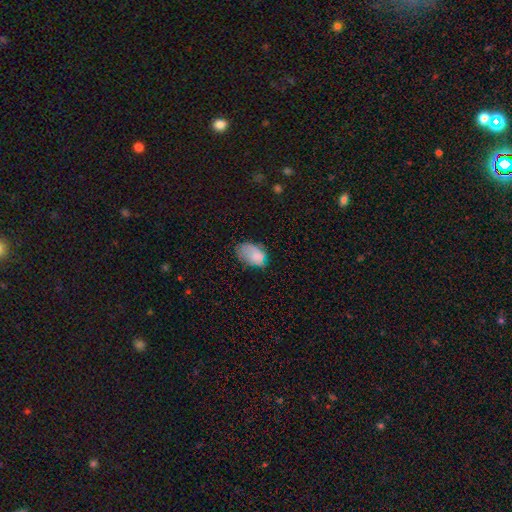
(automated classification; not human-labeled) A smooth galaxy with no disk features (77%) that is in between round and cigar-shaped (89%).

Vote fractions:
- Smooth or featured? smooth: 77% / featured or disk: 13% / star or artifact: 10%
- How rounded? in between: 89% / round: 9% / cigar-shaped: 1%
- Merging? none: 48% / minor disturbance: 34% / major disturbance: 15% / merger: 3%